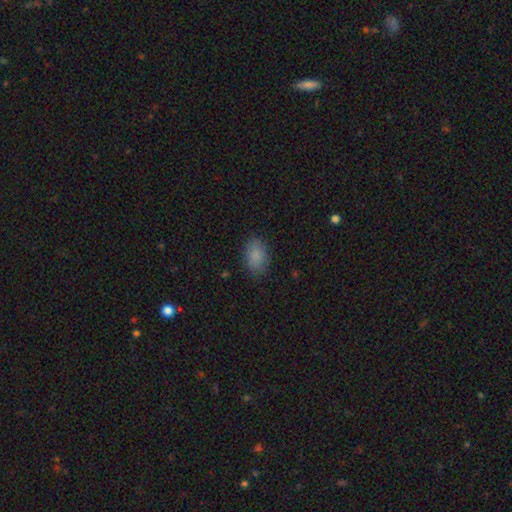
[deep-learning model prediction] Smooth or featured: smooth — 86% (star or artifact — 9%)
How rounded: in between — 86% (round — 13%)
Merging: none — 83% (minor disturbance — 13%)